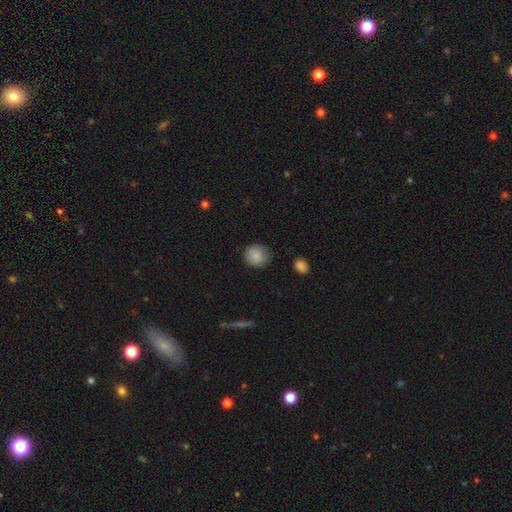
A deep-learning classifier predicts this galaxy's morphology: smooth_or_featured: smooth (p=0.86) [alt: star or artifact p=0.08]
how_rounded: round (p=0.85) [alt: in between p=0.14]
merging: none (p=0.80) [alt: minor disturbance p=0.15]